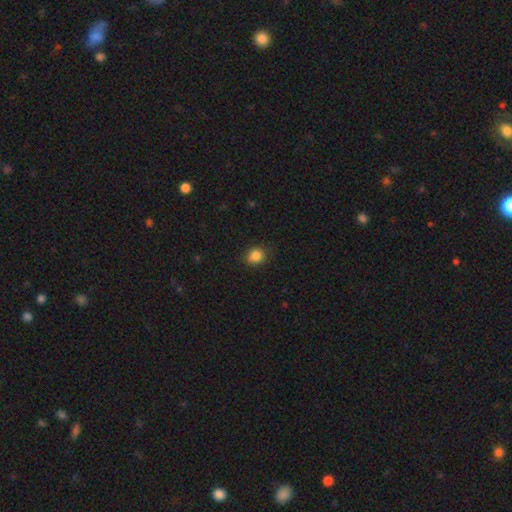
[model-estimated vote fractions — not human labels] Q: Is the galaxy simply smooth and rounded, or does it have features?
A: smooth — 84%.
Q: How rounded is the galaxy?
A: round — 76%.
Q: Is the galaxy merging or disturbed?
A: none — 79%.